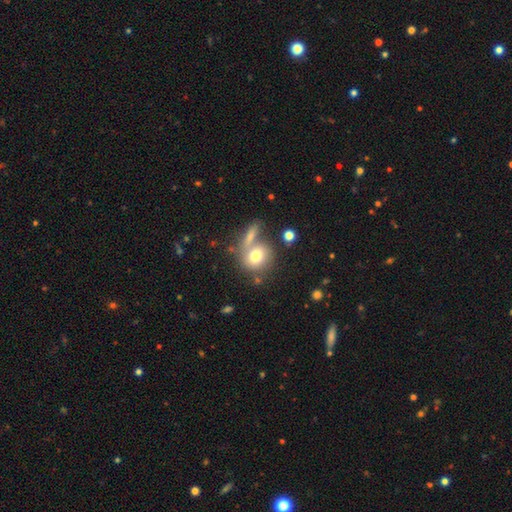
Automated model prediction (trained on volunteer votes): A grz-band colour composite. It shows a smooth galaxy with no disk features (74%) that is round (75%). Merging: none (50%).